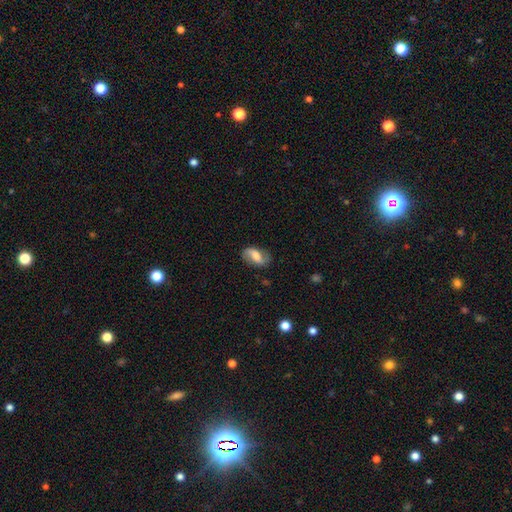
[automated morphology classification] This is possibly a featured or disk galaxy (55%). It is clearly not viewed edge-on (95%). Bar: marginally weak (42%). Spiral arm pattern: clearly yes (86%). Central bulge: marginally moderate (44%). Merging: likely none (76%).